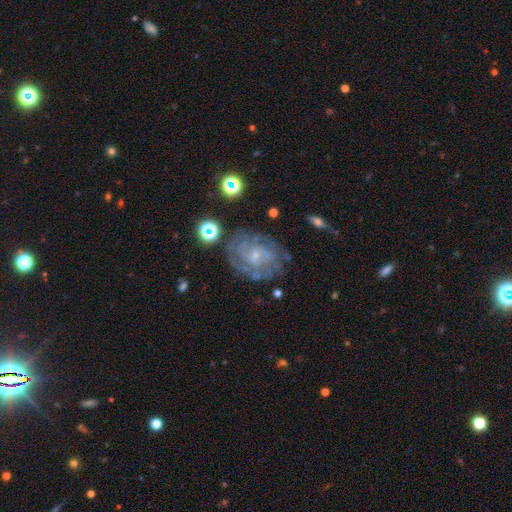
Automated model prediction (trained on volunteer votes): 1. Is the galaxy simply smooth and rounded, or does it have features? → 73% featured or disk, 16% smooth, 11% star or artifact.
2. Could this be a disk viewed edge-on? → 97% no, 3% yes.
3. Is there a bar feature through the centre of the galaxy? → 67% no, 28% weak, 5% strong.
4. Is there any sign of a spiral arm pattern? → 79% yes, 21% no.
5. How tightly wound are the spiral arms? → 59% tight, 31% medium, 11% loose.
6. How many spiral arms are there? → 55% can't tell, 16% 2, 11% 3, 8% 4, 5% more than 4, 5% 1.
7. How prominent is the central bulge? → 71% small, 19% moderate, 8% none, 1% large, 1% dominant.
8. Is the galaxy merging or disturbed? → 67% none, 19% minor disturbance, 11% major disturbance, 3% merger.